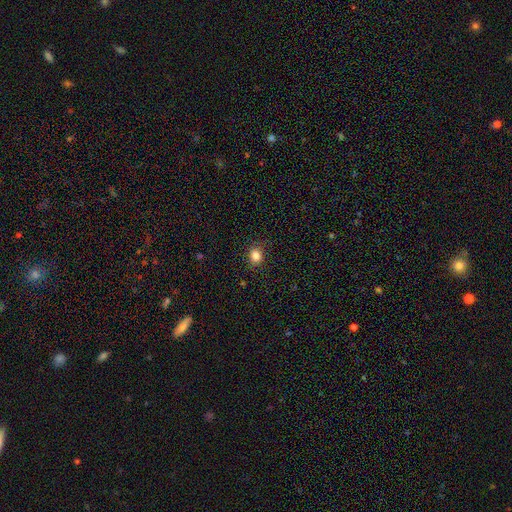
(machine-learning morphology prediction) A smooth galaxy with no disk features (84%) that is round (67%). Merging: none (84%).